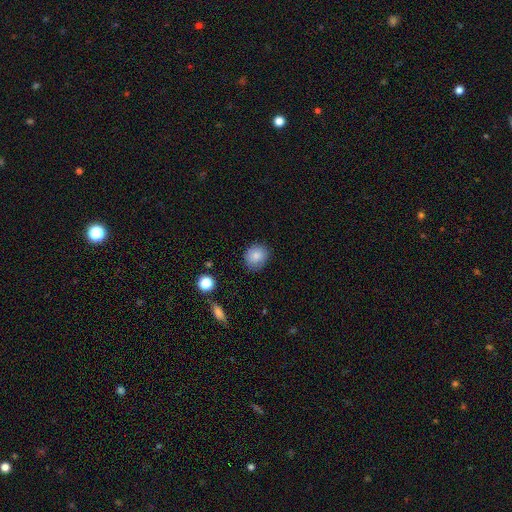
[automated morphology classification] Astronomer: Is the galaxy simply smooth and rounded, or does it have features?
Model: smooth — 85%.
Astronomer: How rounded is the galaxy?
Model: round — 75%.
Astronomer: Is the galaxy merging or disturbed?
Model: none — 82%.